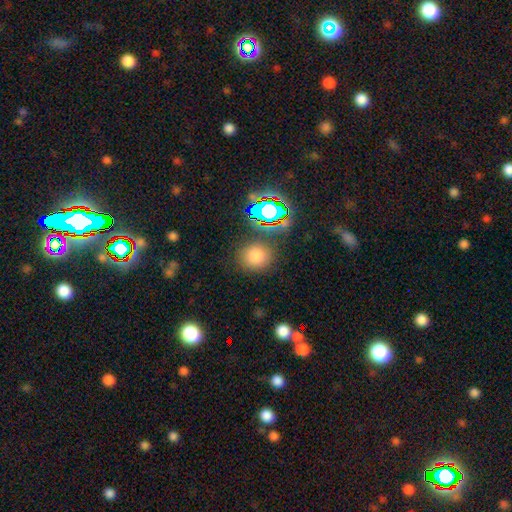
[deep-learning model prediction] This is likely a smooth galaxy (73%). How rounded: clearly round (85%). Merging: clearly none (82%).